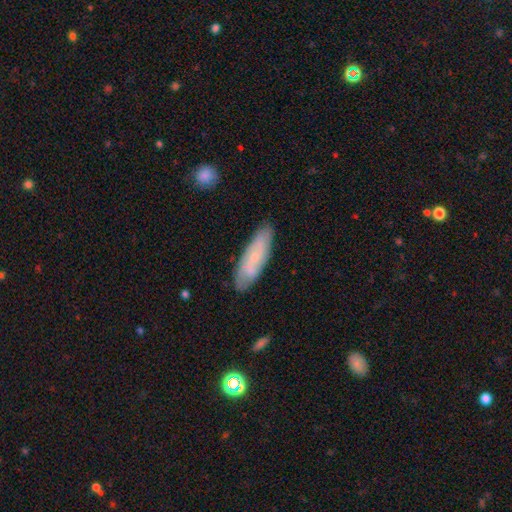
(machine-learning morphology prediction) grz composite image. It shows a smooth galaxy with no disk features (49%). Merging: none (80%).